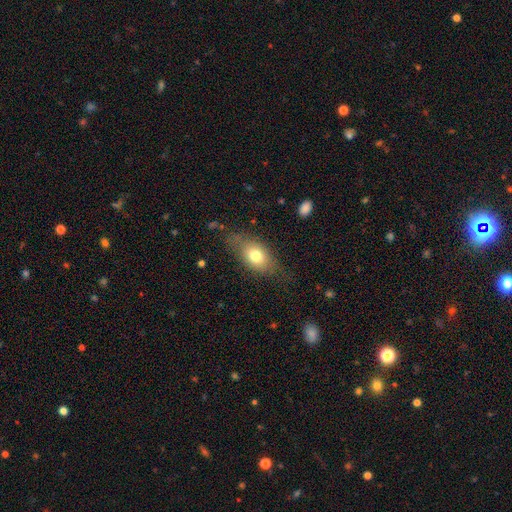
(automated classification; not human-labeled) Morphology: type=smooth (70%); roundness=in between (79%); merging=none (64%).